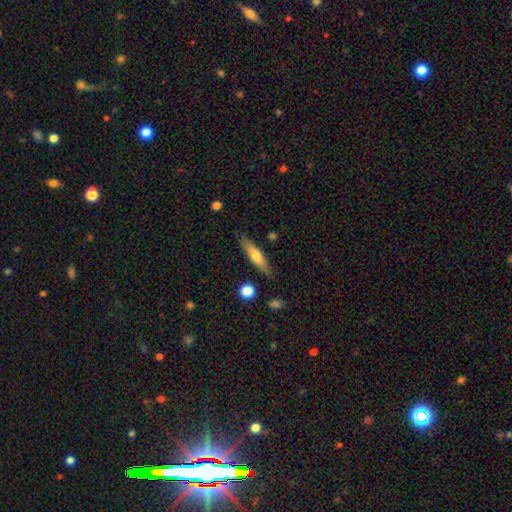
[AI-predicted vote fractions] This is possibly a smooth galaxy (56%). How rounded: likely cigar-shaped (80%). Merging: clearly none (85%).